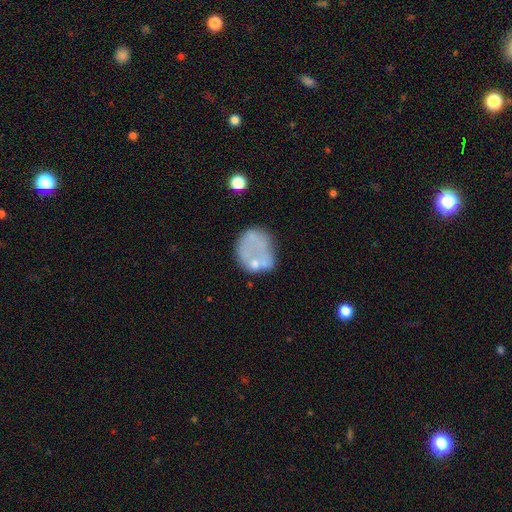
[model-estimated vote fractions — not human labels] Smooth or featured? Predicted: smooth (p=0.52). How rounded? Predicted: round (p=0.50). Merging? Predicted: none (p=0.42).